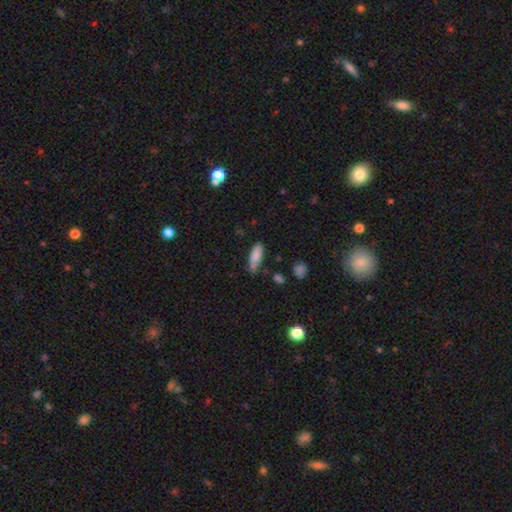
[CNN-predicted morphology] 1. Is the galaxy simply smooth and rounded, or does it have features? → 83% smooth, 10% featured or disk, 8% star or artifact.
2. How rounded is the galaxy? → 64% in between, 34% cigar-shaped, 2% round.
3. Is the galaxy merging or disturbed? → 60% none, 26% minor disturbance, 8% merger, 6% major disturbance.